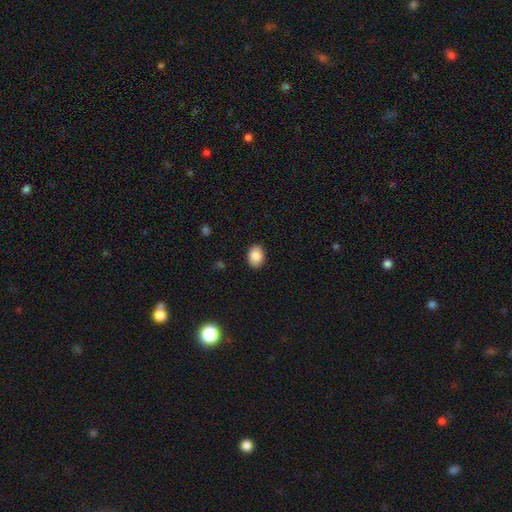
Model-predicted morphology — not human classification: Smooth or featured? smooth (87%)
How rounded? in between (71%)
Merging? none (88%)